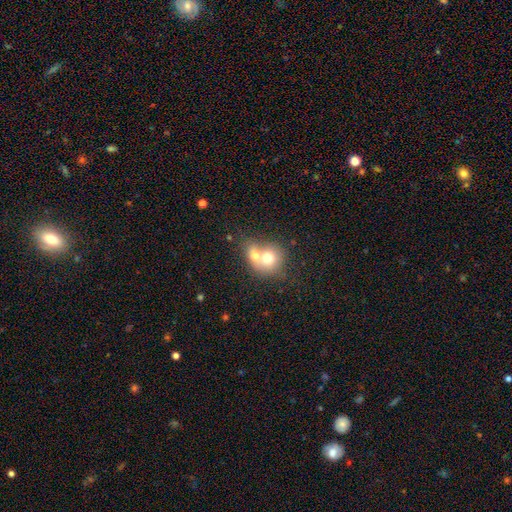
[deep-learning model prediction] A smooth galaxy with no disk features (67%) that is round (68%). Merging: merger (72%).